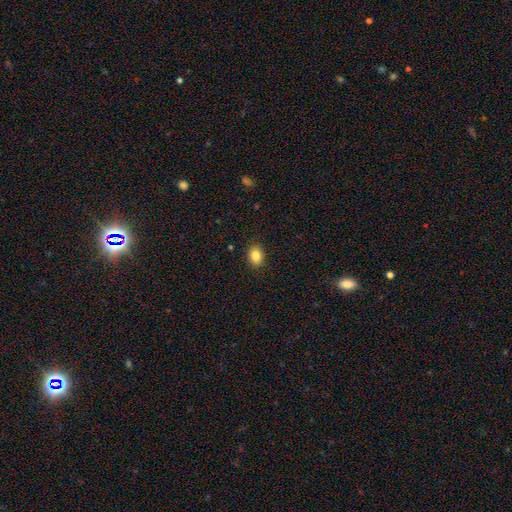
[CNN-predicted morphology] smooth 85%, star or artifact 9%, featured or disk 5%. Down the decision tree: how rounded — in between (69%); merging — none (89%).